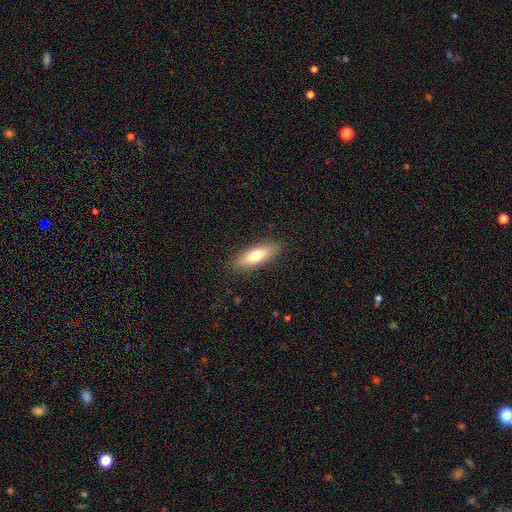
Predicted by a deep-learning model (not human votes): The model was most divided on "how rounded": in between: 56%, cigar-shaped: 42%, round: 3%. More confident: merging — none (87%); smooth or featured — smooth (69%).